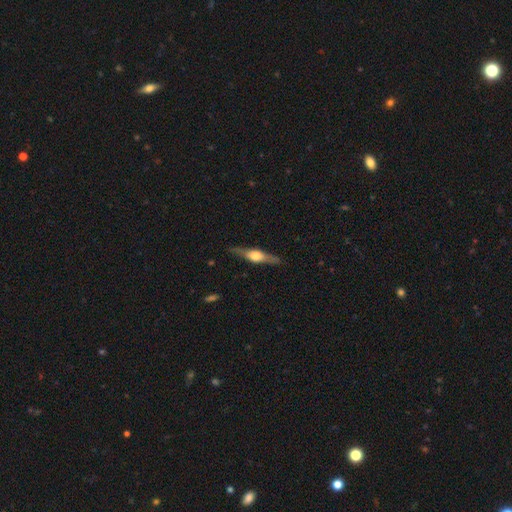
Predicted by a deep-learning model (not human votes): smooth_or_featured: featured or disk (p=0.69) [alt: smooth p=0.26]
disk_edge_on: yes (p=0.95) [alt: no p=0.05]
edge_on_bulge: rounded (p=0.89) [alt: boxy p=0.09]
merging: none (p=0.85) [alt: minor disturbance p=0.12]